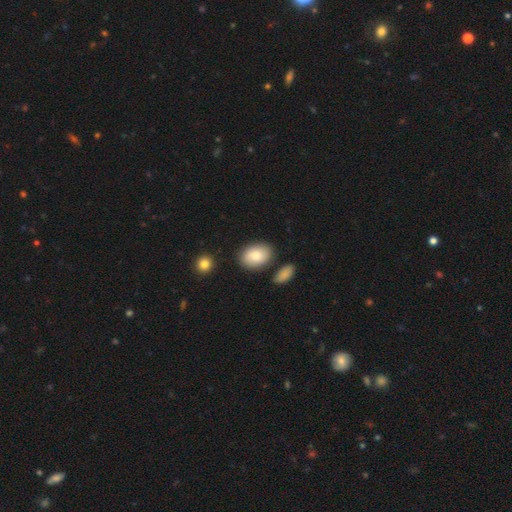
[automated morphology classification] smooth_or_featured: smooth (p=0.83) [alt: featured or disk p=0.11]
how_rounded: in between (p=0.78) [alt: round p=0.20]
merging: none (p=0.78) [alt: minor disturbance p=0.12]